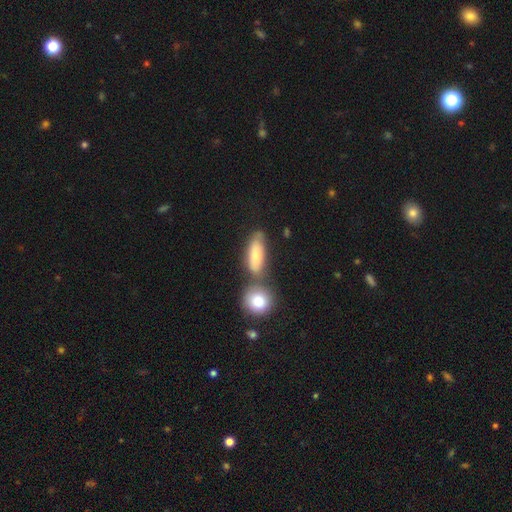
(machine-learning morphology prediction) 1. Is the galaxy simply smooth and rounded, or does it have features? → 76% smooth, 16% featured or disk, 7% star or artifact.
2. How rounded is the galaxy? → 73% in between, 20% cigar-shaped, 7% round.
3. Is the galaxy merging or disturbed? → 50% none, 31% merger, 14% minor disturbance, 5% major disturbance.